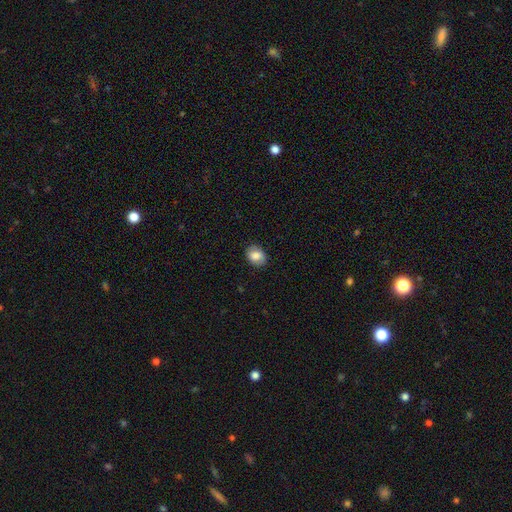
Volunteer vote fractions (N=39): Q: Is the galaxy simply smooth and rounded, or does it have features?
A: smooth — 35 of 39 (90%).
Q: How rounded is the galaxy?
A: in between — 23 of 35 (66%).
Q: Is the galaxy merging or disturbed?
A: none — 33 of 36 (92%).